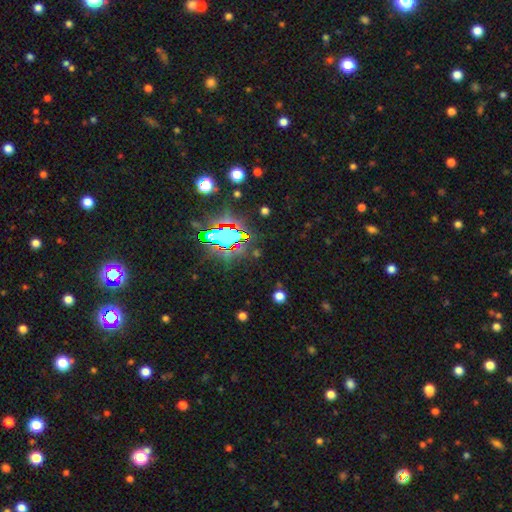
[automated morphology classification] A star or artifact, not a galaxy (80%).

Vote fractions:
- Smooth or featured? star or artifact: 80% / smooth: 12% / featured or disk: 8%